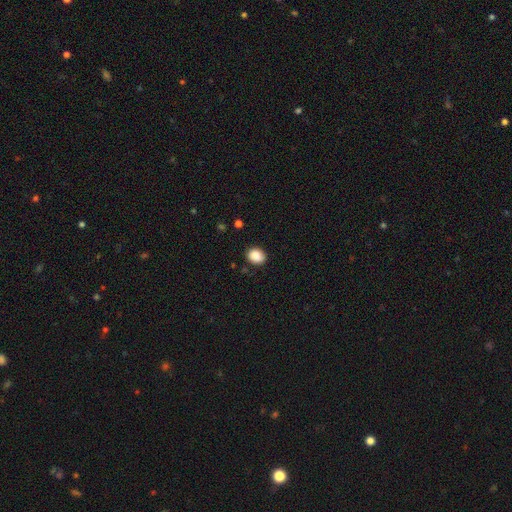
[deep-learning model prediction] The model was most divided on "how rounded": round: 52%, in between: 48%, cigar-shaped: 1%. More confident: smooth or featured — smooth (87%); merging — none (83%).